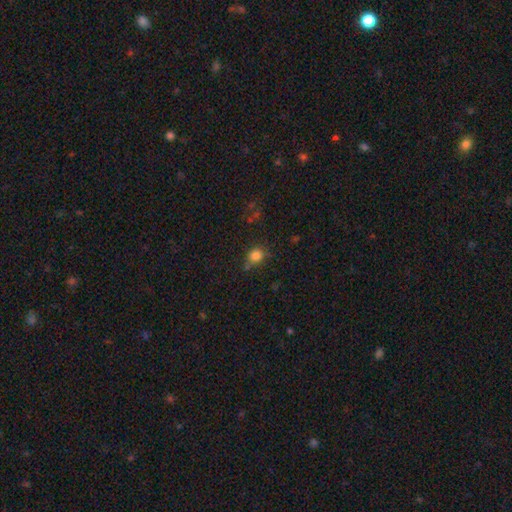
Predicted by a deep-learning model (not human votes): A smooth galaxy with no disk features (81%) that is round (77%).

Vote fractions:
- Smooth or featured? smooth: 81% / star or artifact: 13% / featured or disk: 6%
- How rounded? round: 77% / in between: 22% / cigar-shaped: 1%
- Merging? none: 63% / minor disturbance: 22% / merger: 9% / major disturbance: 7%